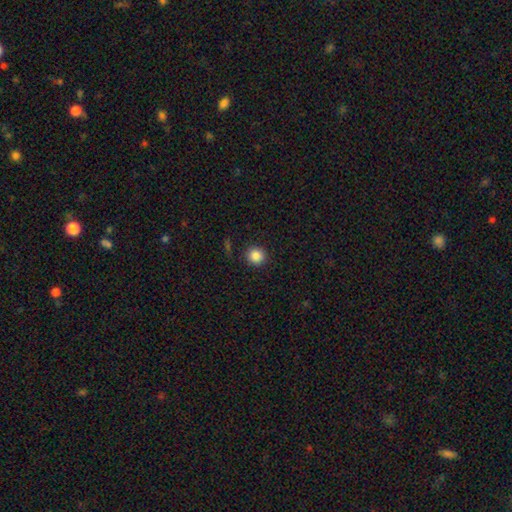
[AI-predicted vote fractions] smooth 86%, star or artifact 10%, featured or disk 4%. Down the decision tree: how rounded — round (94%); merging — none (90%).